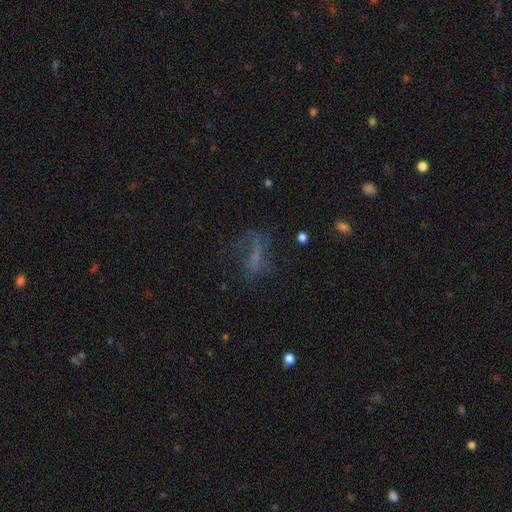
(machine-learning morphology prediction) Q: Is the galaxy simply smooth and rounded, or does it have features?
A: featured or disk — 43%.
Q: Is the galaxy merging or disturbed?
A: none — 46%.